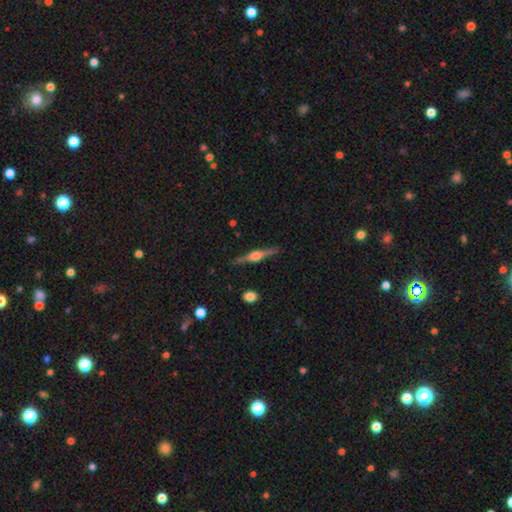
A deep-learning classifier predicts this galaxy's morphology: Smooth or featured: featured or disk — 80% (smooth — 14%)
Edge-on disk: yes — 98% (no — 2%)
Edge-on bulge: rounded — 88% (boxy — 10%)
Merging: none — 88% (minor disturbance — 9%)